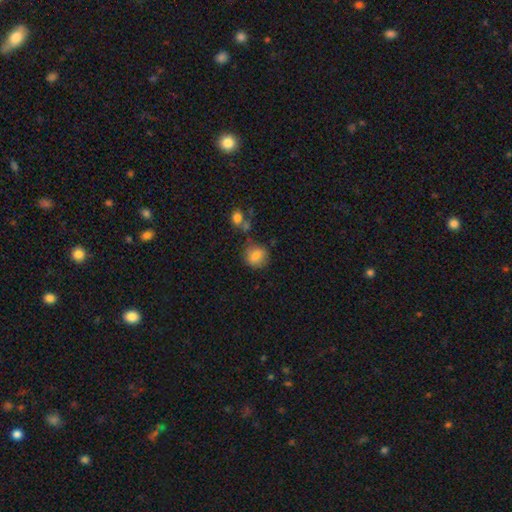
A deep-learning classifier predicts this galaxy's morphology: Smooth or featured?
  - smooth: 80% *
  - featured or disk: 10%
  - star or artifact: 9%
How rounded?
  - round: 78% *
  - in between: 20%
  - cigar-shaped: 1%
Merging?
  - none: 68% *
  - minor disturbance: 17%
  - merger: 9%
  - major disturbance: 6%